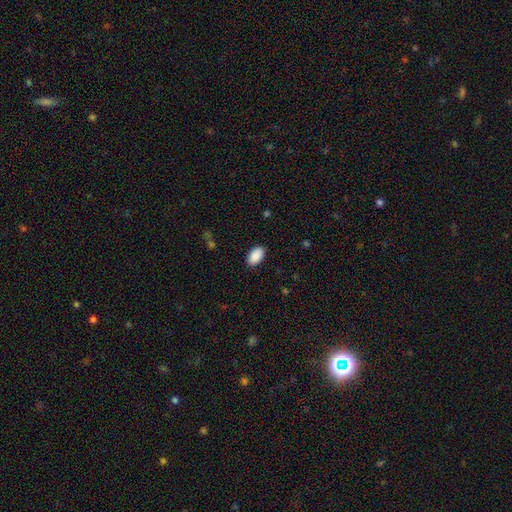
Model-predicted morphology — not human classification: Smooth or featured? Predicted: smooth (p=0.90). How rounded? Predicted: in between (p=0.95). Merging? Predicted: none (p=0.88).